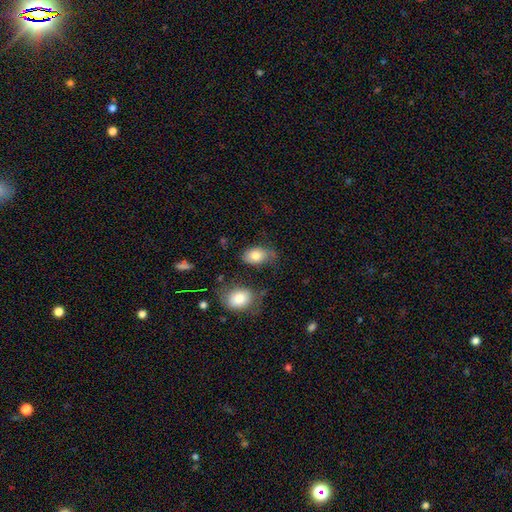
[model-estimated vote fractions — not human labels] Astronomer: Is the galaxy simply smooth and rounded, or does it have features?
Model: smooth — 80%.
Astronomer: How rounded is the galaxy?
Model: in between — 87%.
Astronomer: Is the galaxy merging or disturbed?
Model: none — 58%.